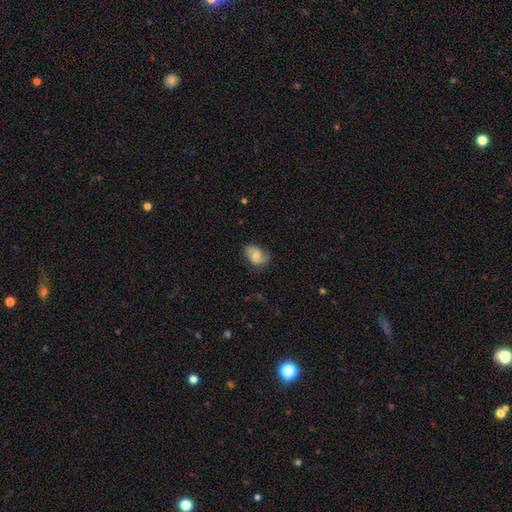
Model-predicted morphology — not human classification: Smooth or featured: featured or disk — 47% (smooth — 45%)
Merging: none — 64% (minor disturbance — 26%)